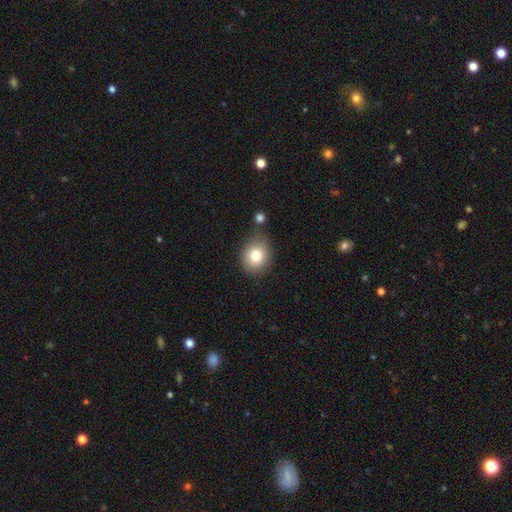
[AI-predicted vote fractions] Smooth or featured? smooth (80%)
How rounded? round (69%)
Merging? none (73%)